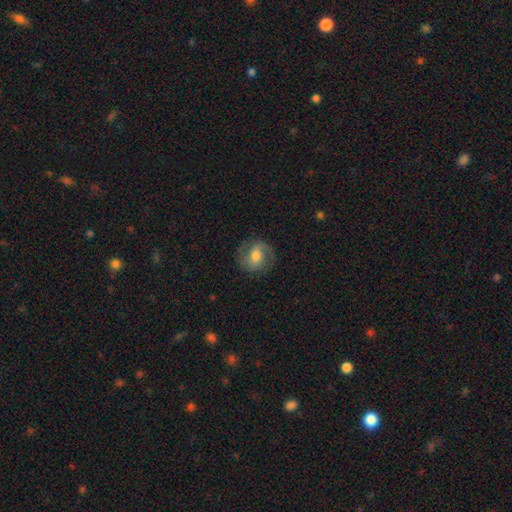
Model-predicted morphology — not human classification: A featured or disk galaxy (60%) with a weak bar (45%), spiral arms (85%) and a moderate central bulge (65%).

Vote fractions:
- Smooth or featured? featured or disk: 60% / smooth: 32% / star or artifact: 7%
- Edge-on disk? no: 97% / yes: 3%
- Bar? weak: 45% / no: 32% / strong: 23%
- Spiral arms? yes: 85% / no: 15%
- Bulge size? moderate: 65% / small: 23% / large: 9% / none: 2% / dominant: 1%
- Merging? none: 80% / minor disturbance: 13% / major disturbance: 6% / merger: 1%